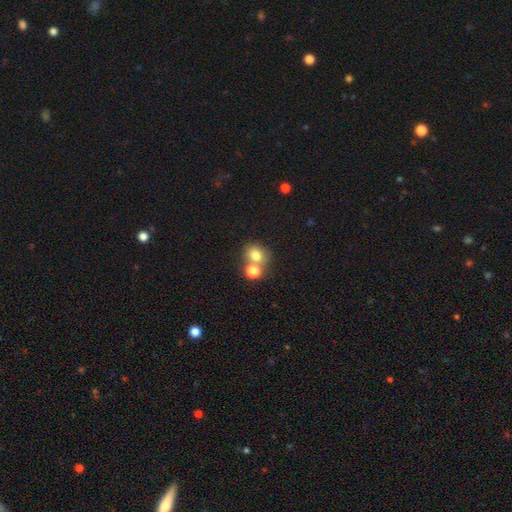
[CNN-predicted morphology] Smooth or featured? Predicted: smooth (p=0.77). How rounded? Predicted: round (p=0.75). Merging? Predicted: none (p=0.47).